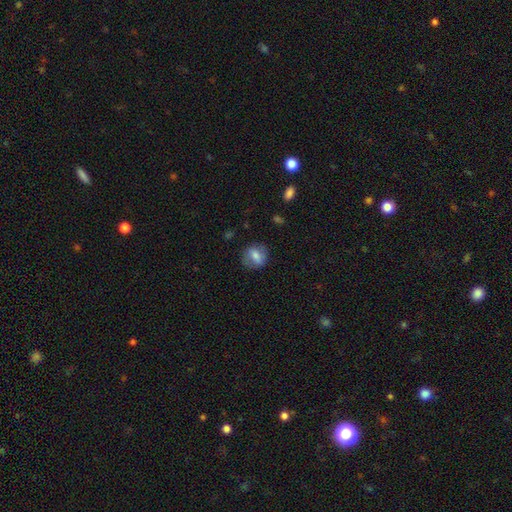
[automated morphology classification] Smooth or featured?
  - smooth: 67% *
  - featured or disk: 25%
  - star or artifact: 8%
How rounded?
  - round: 57% *
  - in between: 41%
  - cigar-shaped: 2%
Merging?
  - none: 77% *
  - minor disturbance: 16%
  - major disturbance: 6%
  - merger: 1%